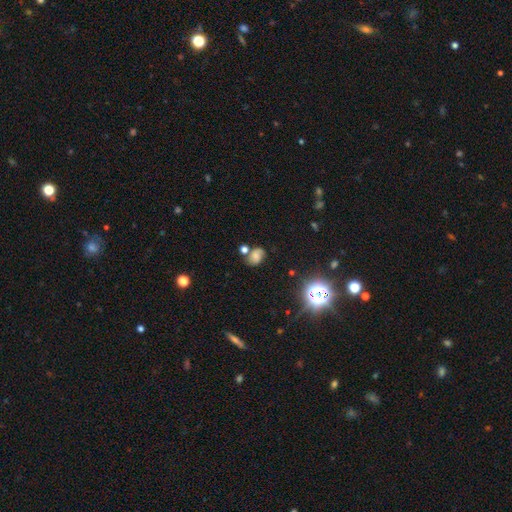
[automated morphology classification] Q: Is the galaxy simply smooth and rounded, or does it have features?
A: smooth — 55%.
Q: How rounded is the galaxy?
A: in between — 64%.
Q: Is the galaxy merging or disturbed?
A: none — 57%.